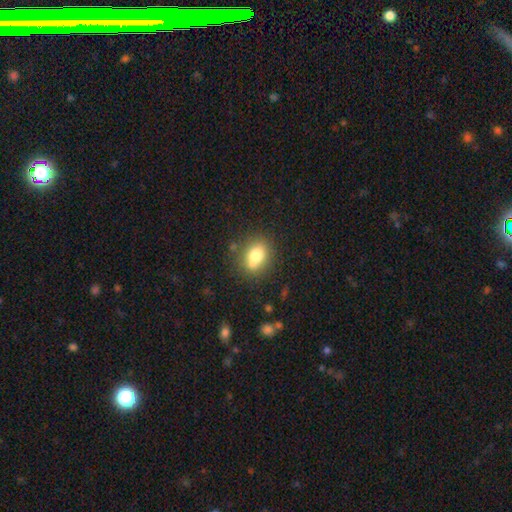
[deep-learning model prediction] smooth-or-featured: smooth: 75% | featured or disk: 14% | star or artifact: 11%
  how-rounded: in between: 55% | round: 43% | cigar-shaped: 2%
  merging: none: 66% | minor disturbance: 16% | merger: 13% | major disturbance: 5%